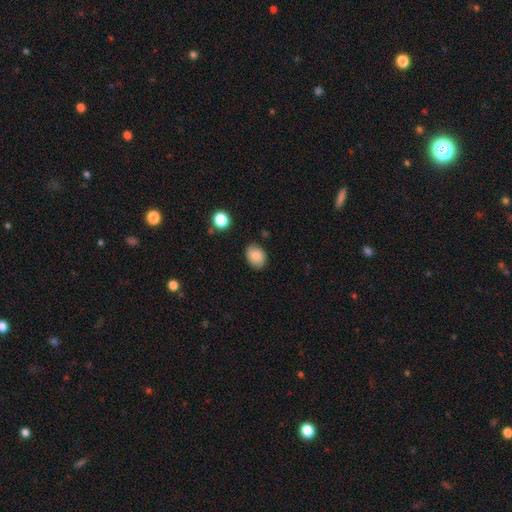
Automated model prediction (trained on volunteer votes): This is clearly a smooth galaxy (84%). How rounded: likely in between (62%). Merging: likely none (77%).